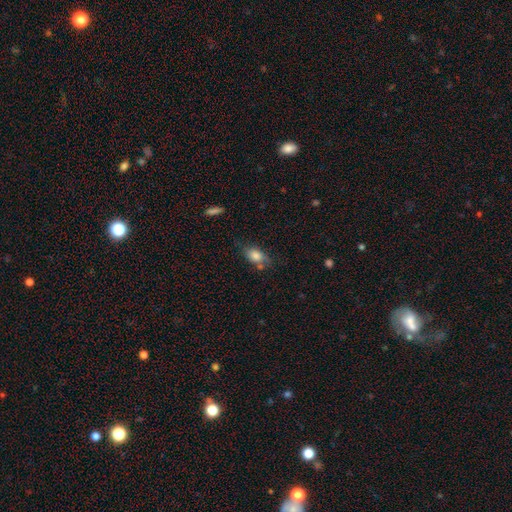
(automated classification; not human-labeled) A smooth galaxy with no disk features (81%) that is in between round and cigar-shaped (82%). Merging: none (59%).